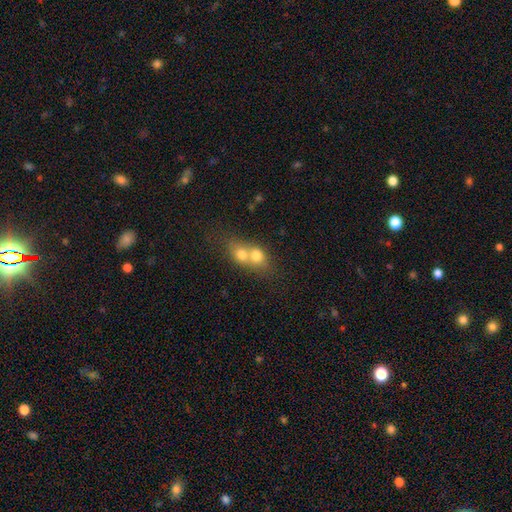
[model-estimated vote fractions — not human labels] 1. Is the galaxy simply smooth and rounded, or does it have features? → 71% smooth, 20% featured or disk, 9% star or artifact.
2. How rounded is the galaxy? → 56% round, 42% in between, 2% cigar-shaped.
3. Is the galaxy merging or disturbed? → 79% merger, 15% none, 4% minor disturbance, 3% major disturbance.